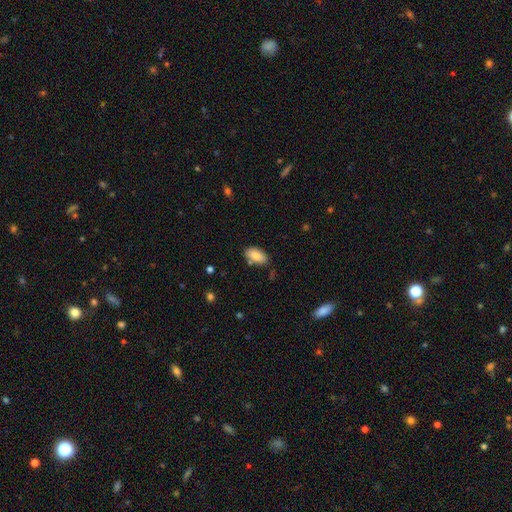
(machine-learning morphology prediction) This appears to be a smooth galaxy with no disk features (86%) that is in between round and cigar-shaped (94%). Merging: none (78%).